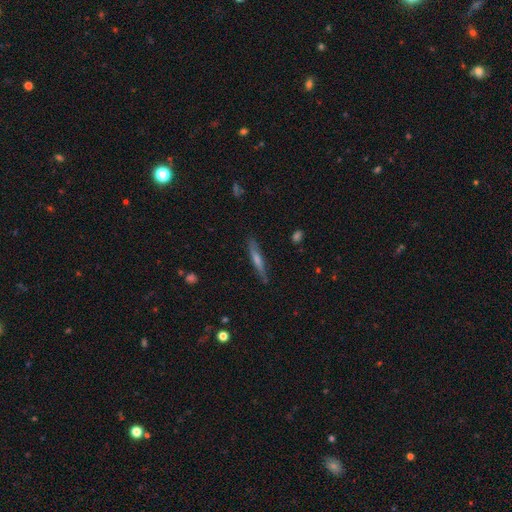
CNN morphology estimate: A featured or disk galaxy (59%) viewed edge-on (94%) with a rounded central bulge (69%). Merging: none (87%).